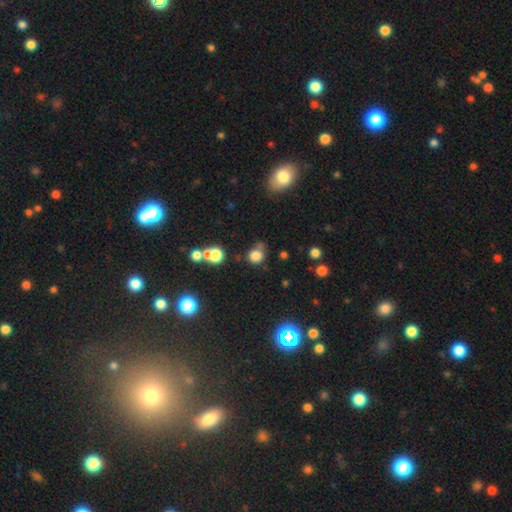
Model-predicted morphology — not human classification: A smooth galaxy with no disk features (77%) that is round (83%).

Vote fractions:
- Smooth or featured? smooth: 77% / star or artifact: 16% / featured or disk: 6%
- How rounded? round: 83% / in between: 16% / cigar-shaped: 1%
- Merging? none: 61% / minor disturbance: 18% / merger: 13% / major disturbance: 7%